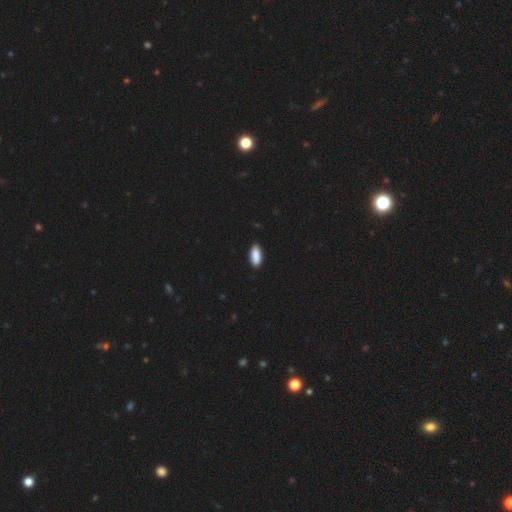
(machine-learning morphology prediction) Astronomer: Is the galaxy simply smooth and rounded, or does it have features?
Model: smooth — 90%.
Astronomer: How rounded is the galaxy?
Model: in between — 87%.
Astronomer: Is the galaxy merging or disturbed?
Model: none — 88%.